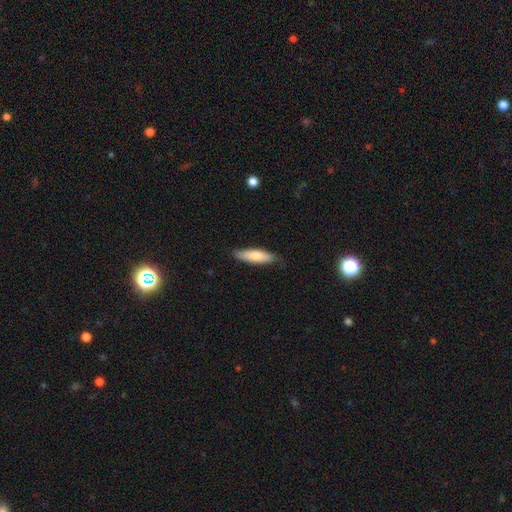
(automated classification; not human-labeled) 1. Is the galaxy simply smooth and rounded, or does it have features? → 77% smooth, 18% featured or disk, 5% star or artifact.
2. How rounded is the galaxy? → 60% cigar-shaped, 39% in between, 2% round.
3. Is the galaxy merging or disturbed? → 77% none, 19% minor disturbance, 3% major disturbance, 1% merger.